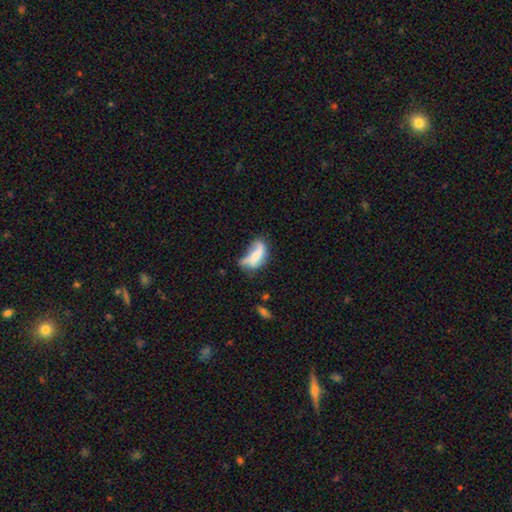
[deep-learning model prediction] A smooth galaxy with no disk features (55%) that is in between round and cigar-shaped (83%). Merging: minor disturbance (30%).